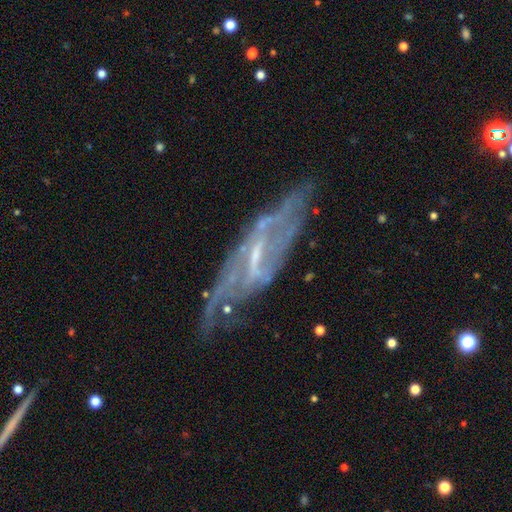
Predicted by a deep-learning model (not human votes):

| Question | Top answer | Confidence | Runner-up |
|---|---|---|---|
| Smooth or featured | featured or disk | 80% | smooth (11%) |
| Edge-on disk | no | 66% | yes (34%) |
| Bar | strong | 41% | weak (40%) |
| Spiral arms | yes | 73% | no (27%) |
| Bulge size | small | 60% | moderate (21%) |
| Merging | none | 64% | minor disturbance (21%) |